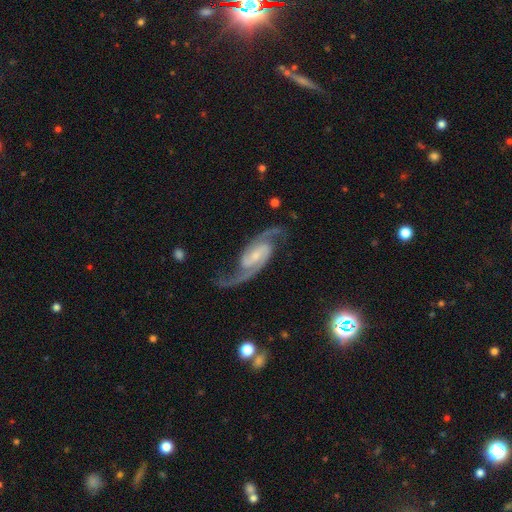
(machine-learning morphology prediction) type=featured or disk (93%); edge-on=no (97%); bar=weak (45%); spiral arms=yes (98%); winding=medium (56%); arm count=2 (94%); bulge=small (59%); merging=none (78%).